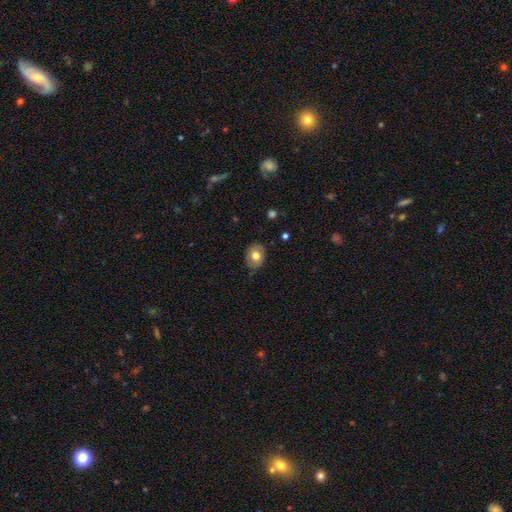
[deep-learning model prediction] This is likely a smooth galaxy (72%). How rounded: possibly in between (58%). Merging: likely none (79%).